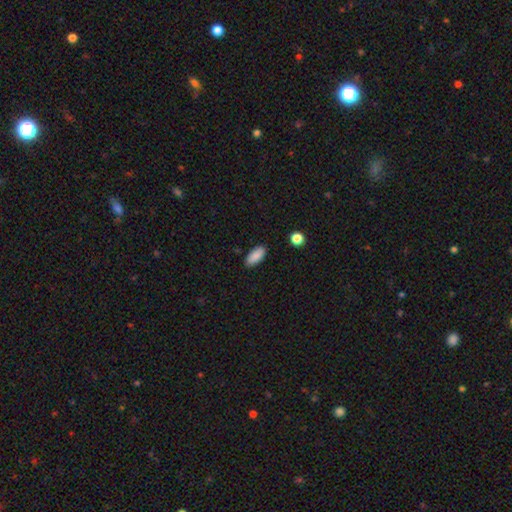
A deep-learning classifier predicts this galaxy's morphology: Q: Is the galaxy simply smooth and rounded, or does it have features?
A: smooth — 89%.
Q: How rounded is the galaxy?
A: in between — 89%.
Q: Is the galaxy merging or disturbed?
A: none — 88%.